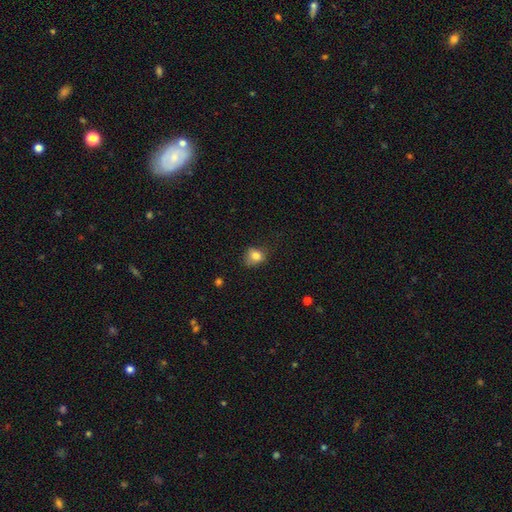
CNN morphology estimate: Overall: smooth (80%). How rounded: round (58%; in between 41%). Merging: none (58%; minor disturbance 29%).